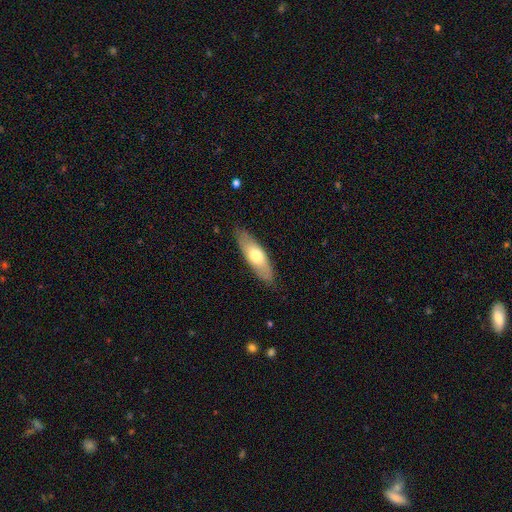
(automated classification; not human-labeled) smooth-or-featured: smooth: 63% | featured or disk: 32% | star or artifact: 5%
  how-rounded: in between: 56% | cigar-shaped: 42% | round: 2%
  merging: none: 84% | minor disturbance: 12% | major disturbance: 2% | merger: 1%